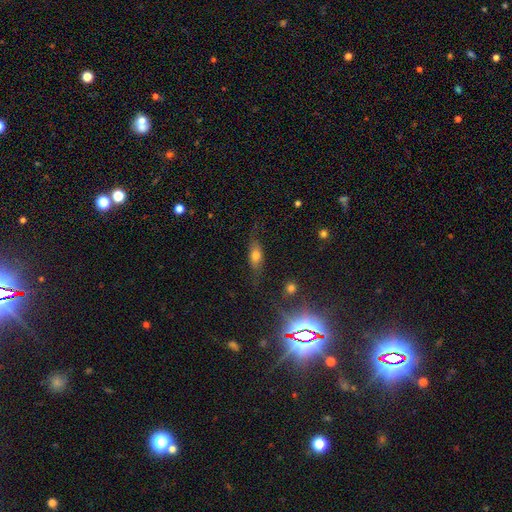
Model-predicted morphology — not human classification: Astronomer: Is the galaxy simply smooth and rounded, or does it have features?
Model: smooth — 61%.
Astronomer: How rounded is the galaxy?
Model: in between — 70%.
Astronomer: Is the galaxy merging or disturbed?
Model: none — 67%.